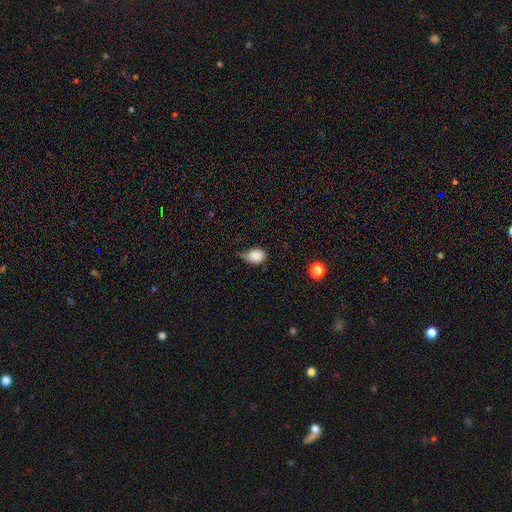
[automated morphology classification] Smooth or featured?
  - smooth: 84% *
  - star or artifact: 9%
  - featured or disk: 8%
How rounded?
  - in between: 65% *
  - round: 34%
  - cigar-shaped: 1%
Merging?
  - minor disturbance: 47% *
  - none: 31%
  - major disturbance: 18%
  - merger: 4%